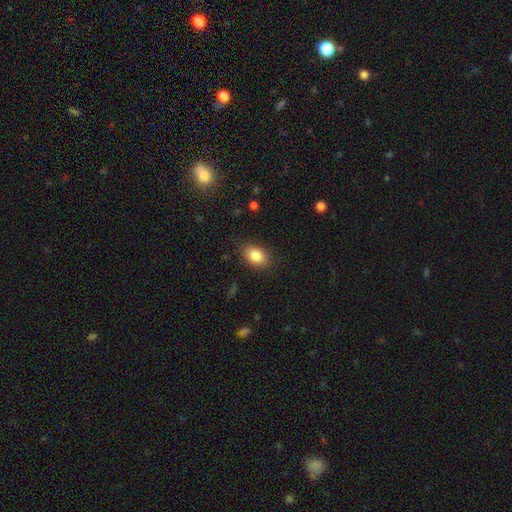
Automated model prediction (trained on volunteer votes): A smooth galaxy with no disk features (85%) that is in between round and cigar-shaped (84%).

Vote fractions:
- Smooth or featured? smooth: 85% / star or artifact: 8% / featured or disk: 7%
- How rounded? in between: 84% / round: 15% / cigar-shaped: 1%
- Merging? none: 84% / minor disturbance: 12% / major disturbance: 3% / merger: 1%